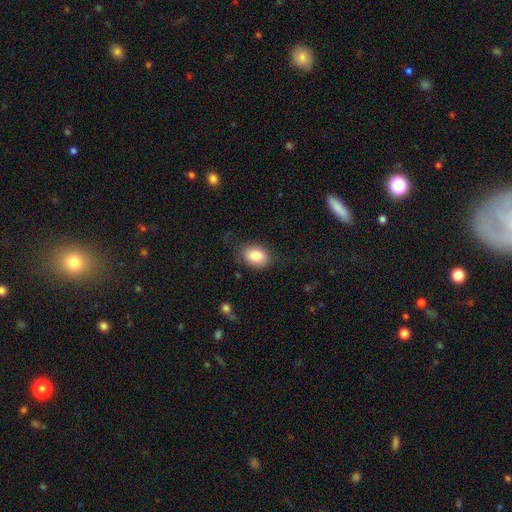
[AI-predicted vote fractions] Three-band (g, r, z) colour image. It shows a smooth galaxy with no disk features (84%) that is in between round and cigar-shaped (76%). Merging: none (73%).